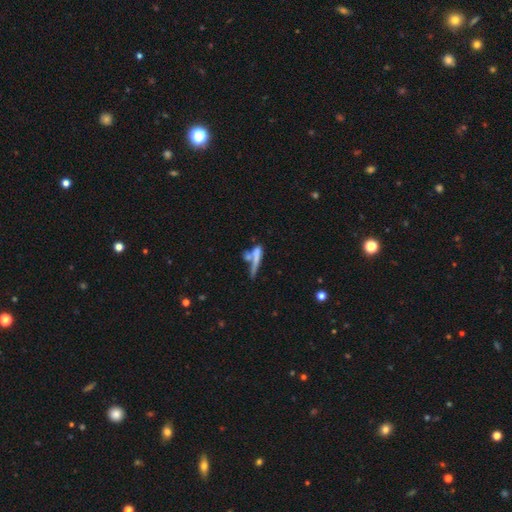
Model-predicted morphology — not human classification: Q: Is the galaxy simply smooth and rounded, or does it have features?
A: smooth — 58%.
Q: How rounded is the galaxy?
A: cigar-shaped — 76%.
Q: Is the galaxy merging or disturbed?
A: merger — 43%.